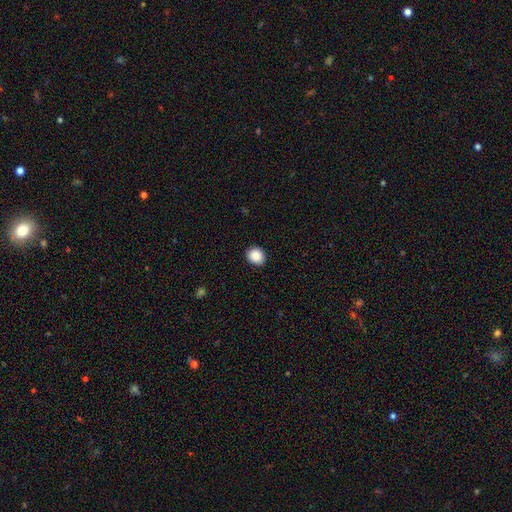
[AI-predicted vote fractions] Overall: smooth (90%). How rounded: round (73%). Merging: none (91%).